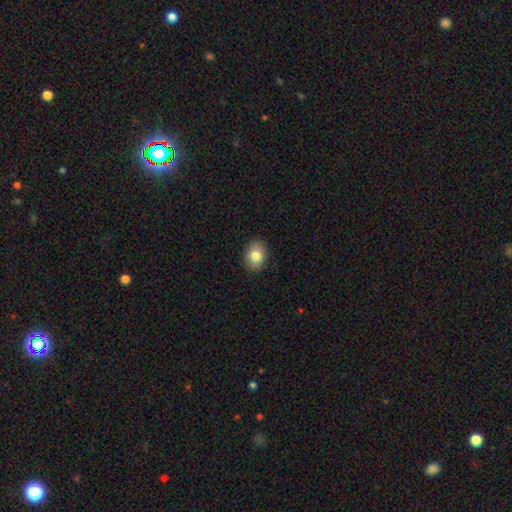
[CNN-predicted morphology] This appears to be a smooth galaxy with no disk features (82%) that is in between round and cigar-shaped (66%). Merging: none (89%).